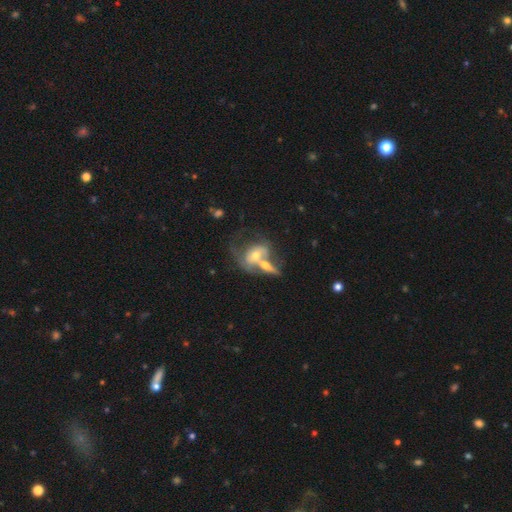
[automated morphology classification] featured or disk 57%, smooth 32%, star or artifact 11%. Down the decision tree: edge-on disk — no (88%); merging — merger (67%).